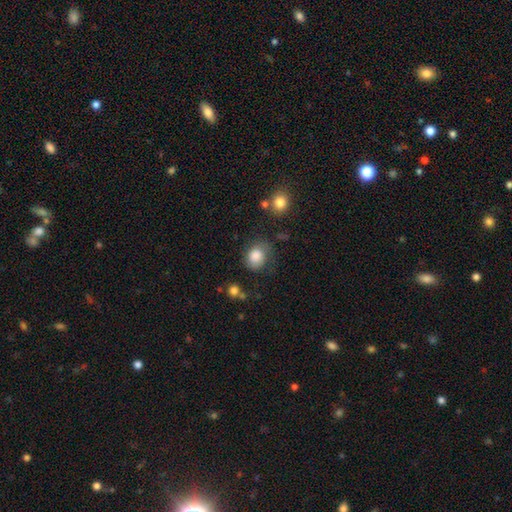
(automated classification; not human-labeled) Morphology: type=smooth (82%); roundness=round (54%); merging=none (51%).